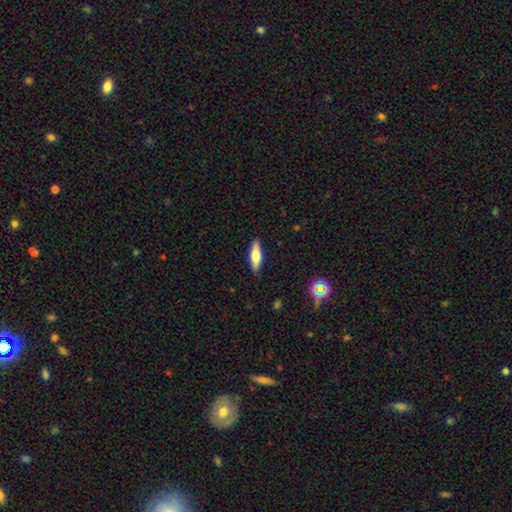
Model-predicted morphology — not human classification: smooth_or_featured: smooth (p=0.58) [alt: featured or disk p=0.35]
how_rounded: cigar-shaped (p=0.53) [alt: in between p=0.45]
merging: none (p=0.90) [alt: minor disturbance p=0.07]